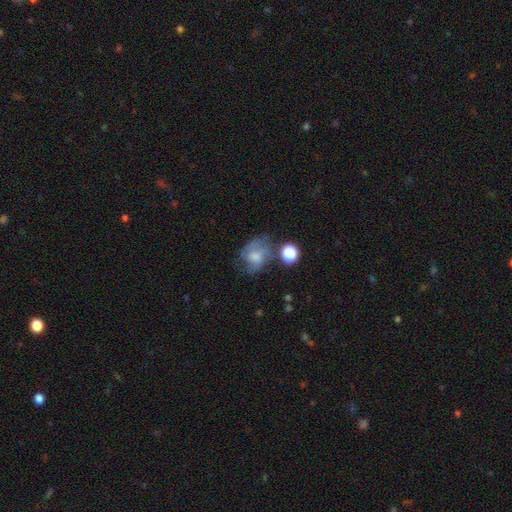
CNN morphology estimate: A smooth galaxy with no disk features (51%) that is in between round and cigar-shaped (56%). Merging: none (35%).